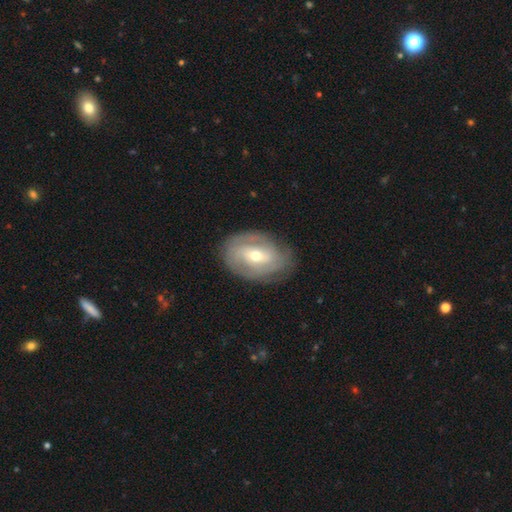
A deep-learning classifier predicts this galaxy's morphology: type=featured or disk (73%); edge-on=no (94%); bar=weak (41%); spiral arms=yes (80%); winding=tight (58%); arm count=2 (44%); bulge=moderate (53%); merging=none (78%).